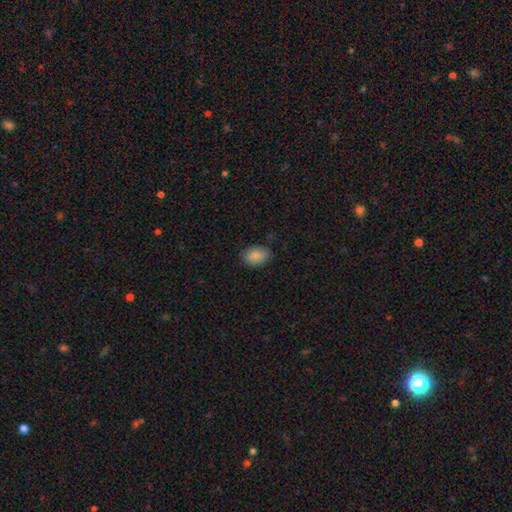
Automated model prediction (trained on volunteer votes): Smooth or featured? smooth (87%)
How rounded? in between (75%)
Merging? none (80%)